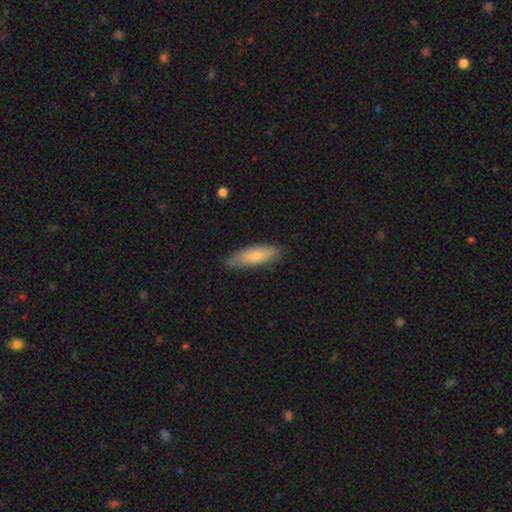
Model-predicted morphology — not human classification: Smooth or featured: smooth — 81% (featured or disk — 13%)
How rounded: cigar-shaped — 51% (in between — 47%)
Merging: none — 81% (minor disturbance — 15%)